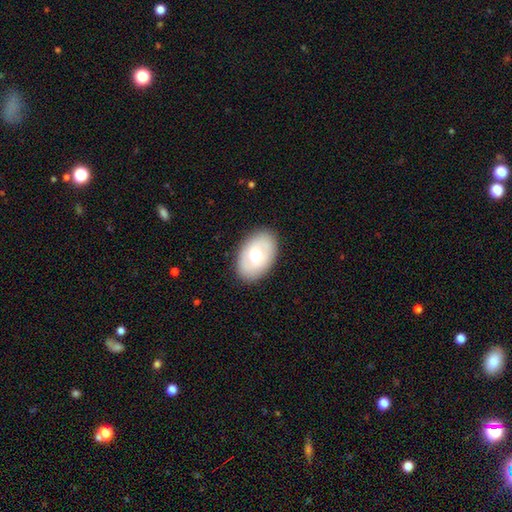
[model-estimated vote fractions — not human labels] A smooth galaxy with no disk features (62%) that is in between round and cigar-shaped (86%).

Vote fractions:
- Smooth or featured? smooth: 62% / featured or disk: 31% / star or artifact: 7%
- How rounded? in between: 86% / round: 13% / cigar-shaped: 1%
- Merging? none: 86% / minor disturbance: 10% / major disturbance: 3% / merger: 1%